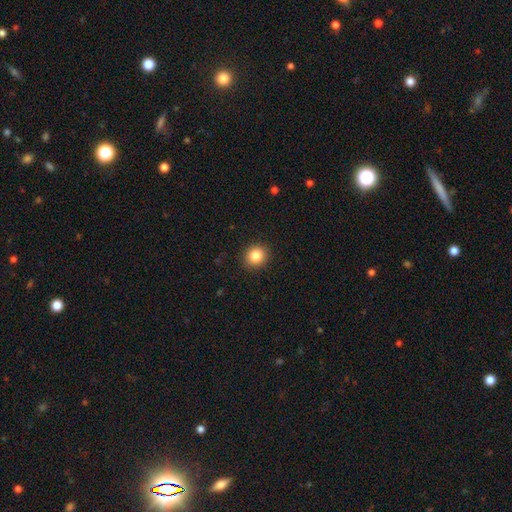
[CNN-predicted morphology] Smooth or featured? smooth (84%)
How rounded? round (83%)
Merging? none (91%)